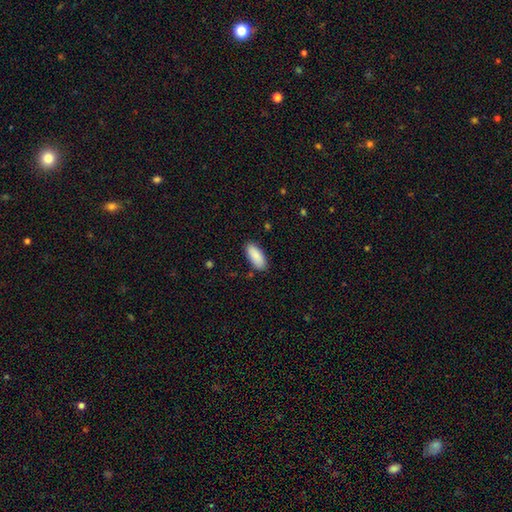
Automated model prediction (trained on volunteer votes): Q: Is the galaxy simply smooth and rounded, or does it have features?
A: smooth — 89%.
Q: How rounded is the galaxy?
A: in between — 86%.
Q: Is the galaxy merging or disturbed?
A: none — 87%.